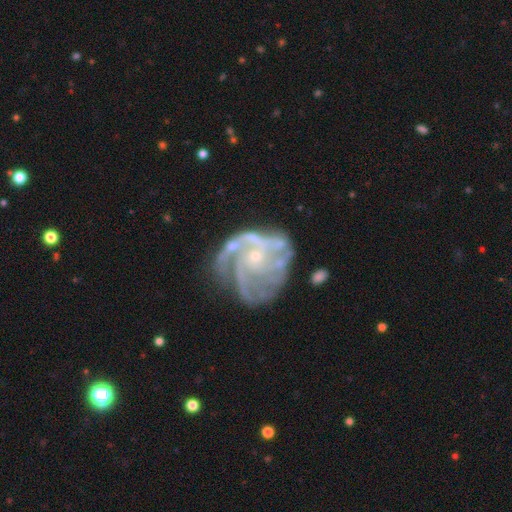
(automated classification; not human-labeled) Q: Smooth or featured?
A: featured or disk (87%); runner-up: star or artifact (7%)
Q: Edge-on disk?
A: no (98%); runner-up: yes (2%)
Q: Bar?
A: no (74%); runner-up: weak (21%)
Q: Spiral arms?
A: yes (93%); runner-up: no (7%)
Q: Spiral winding?
A: tight (44%); runner-up: medium (42%)
Q: Spiral arm count?
A: 3 (33%); runner-up: can't tell (22%)
Q: Bulge size?
A: small (76%); runner-up: moderate (16%)
Q: Merging?
A: none (51%); runner-up: major disturbance (23%)